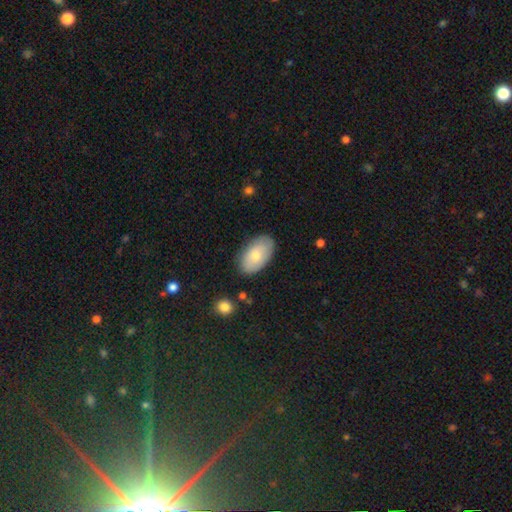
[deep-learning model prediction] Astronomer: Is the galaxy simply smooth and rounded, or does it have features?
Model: smooth — 73%.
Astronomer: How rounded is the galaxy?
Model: in between — 94%.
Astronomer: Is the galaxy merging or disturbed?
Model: none — 83%.